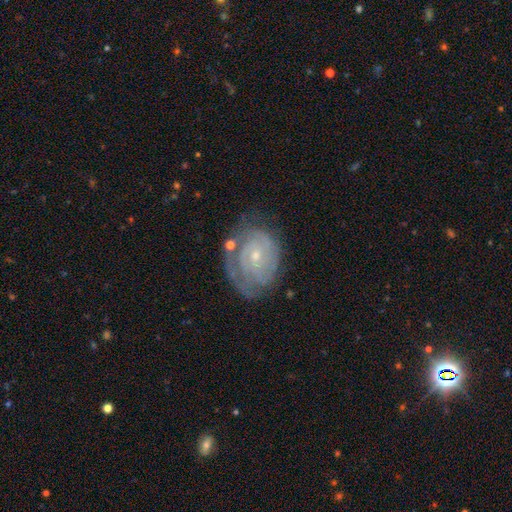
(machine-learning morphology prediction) Smooth or featured?
  - featured or disk: 77% *
  - smooth: 15%
  - star or artifact: 8%
Edge-on disk?
  - no: 97% *
  - yes: 3%
Bar?
  - no: 65% *
  - weak: 29%
  - strong: 6%
Spiral arms?
  - yes: 87% *
  - no: 13%
Spiral winding?
  - tight: 74% *
  - medium: 20%
  - loose: 6%
Spiral arm count?
  - can't tell: 47% *
  - 2: 26%
  - 3: 11%
  - 1: 7%
  - 4: 5%
  - more than 4: 4%
Bulge size?
  - small: 73% *
  - moderate: 23%
  - none: 2%
  - large: 1%
  - dominant: 1%
Merging?
  - none: 63% *
  - minor disturbance: 23%
  - major disturbance: 11%
  - merger: 4%